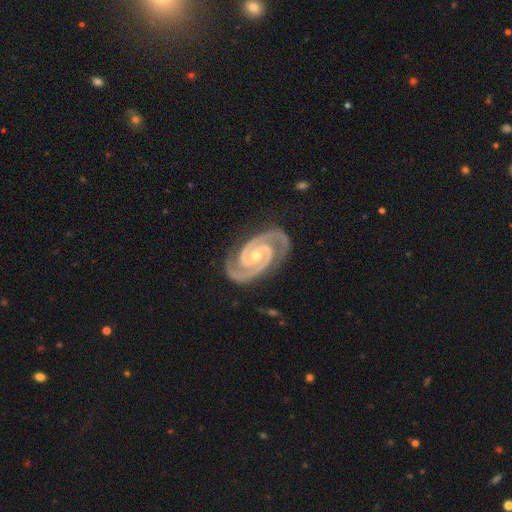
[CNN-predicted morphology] featured or disk 95%, star or artifact 4%, smooth 2%. Down the decision tree: edge-on disk — no (98%); bar — no (53%); spiral arms — yes (99%); spiral arm count — 2 (93%); spiral winding — tight (71%); bulge size — small (55%); merging — none (85%).